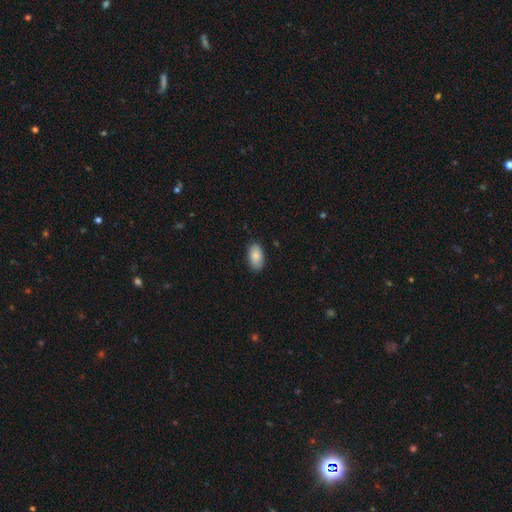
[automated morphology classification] Smooth or featured?
  - smooth: 87% *
  - featured or disk: 7%
  - star or artifact: 6%
How rounded?
  - in between: 94% *
  - round: 4%
  - cigar-shaped: 2%
Merging?
  - none: 85% *
  - minor disturbance: 12%
  - major disturbance: 2%
  - merger: 1%